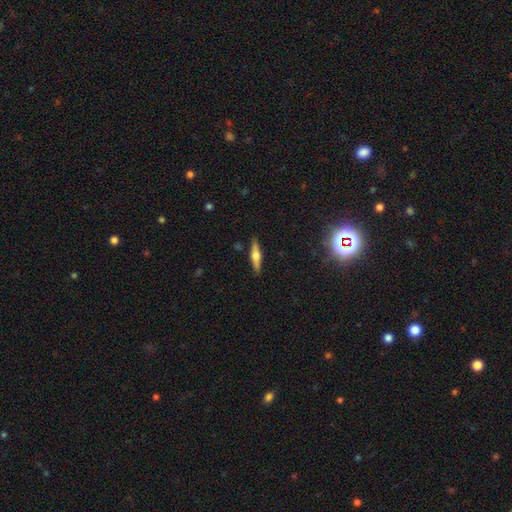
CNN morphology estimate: Q: Smooth or featured?
A: featured or disk (55%); runner-up: smooth (38%)
Q: Edge-on disk?
A: yes (95%); runner-up: no (5%)
Q: Edge-on bulge?
A: rounded (92%); runner-up: boxy (5%)
Q: Merging?
A: none (89%); runner-up: minor disturbance (8%)